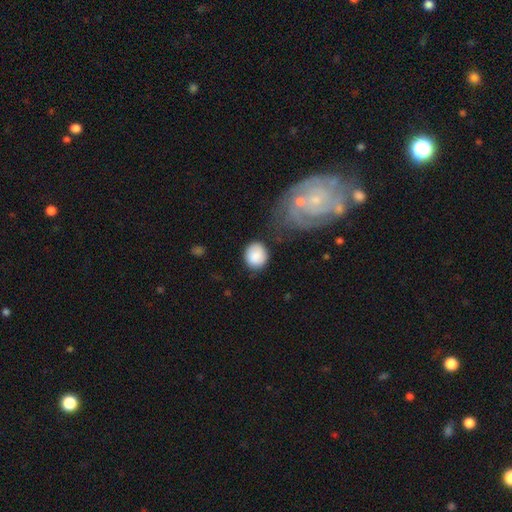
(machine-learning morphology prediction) Smooth or featured: smooth — 86% (featured or disk — 7%)
How rounded: round — 81% (in between — 18%)
Merging: none — 74% (minor disturbance — 15%)